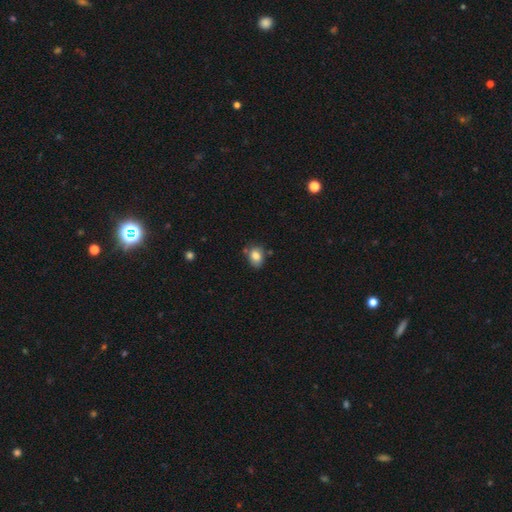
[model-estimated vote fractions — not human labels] A smooth galaxy with no disk features (82%) that is in between round and cigar-shaped (63%). Merging: none (67%).